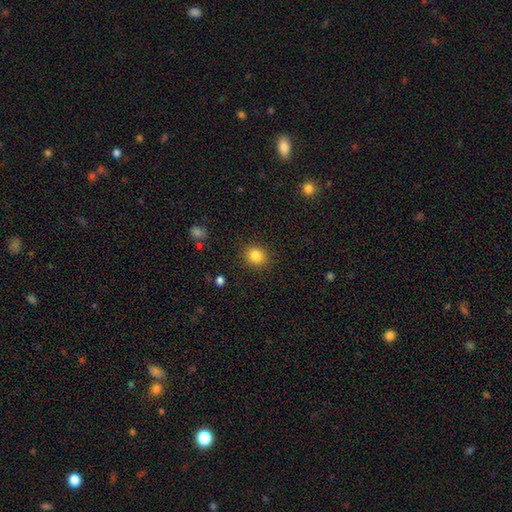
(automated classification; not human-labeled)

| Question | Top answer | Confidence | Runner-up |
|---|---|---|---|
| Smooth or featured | smooth | 85% | star or artifact (10%) |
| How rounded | round | 72% | in between (27%) |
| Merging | none | 89% | minor disturbance (8%) |